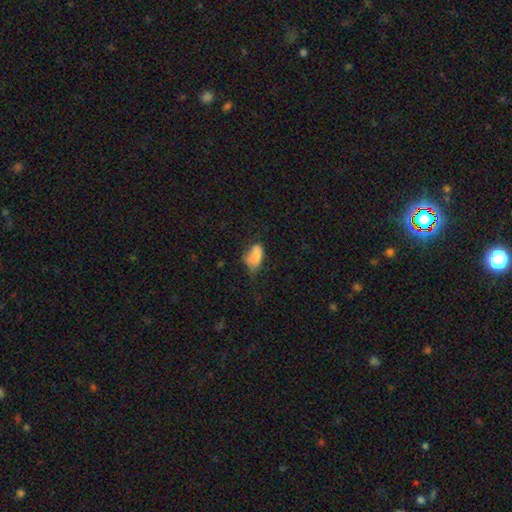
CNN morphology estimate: Smooth or featured? smooth (78%)
How rounded? in between (91%)
Merging? minor disturbance (39%)